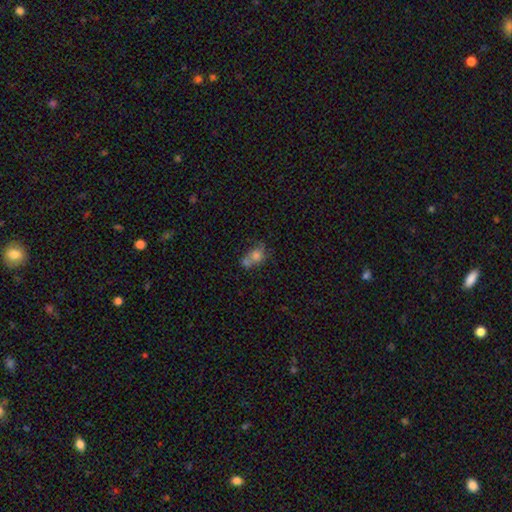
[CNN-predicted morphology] Smooth or featured? smooth (66%)
How rounded? round (50%)
Merging? merger (52%)